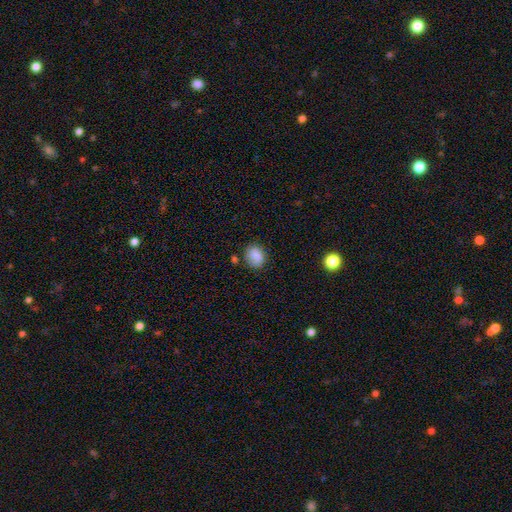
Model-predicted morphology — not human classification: smooth-or-featured: smooth: 83% | star or artifact: 9% | featured or disk: 8%
  how-rounded: round: 53% | in between: 46% | cigar-shaped: 1%
  merging: none: 72% | minor disturbance: 19% | merger: 5% | major disturbance: 5%